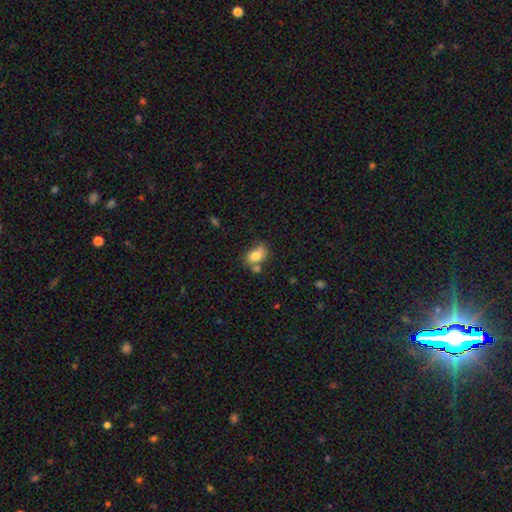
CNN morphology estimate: smooth 77%, featured or disk 14%, star or artifact 10%. Down the decision tree: how rounded — in between (75%); merging — none (42%).